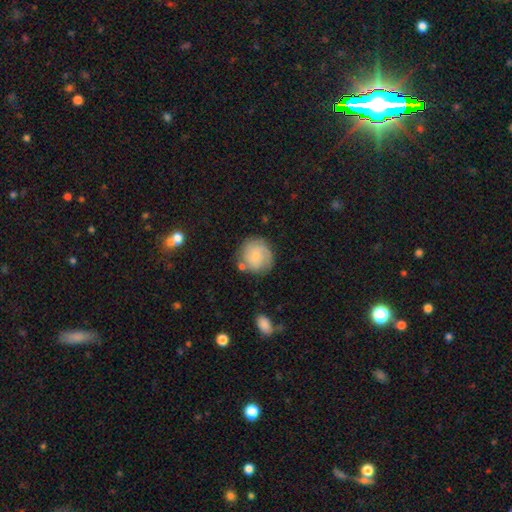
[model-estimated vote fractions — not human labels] This is possibly a smooth galaxy (49%). Merging: likely none (69%).